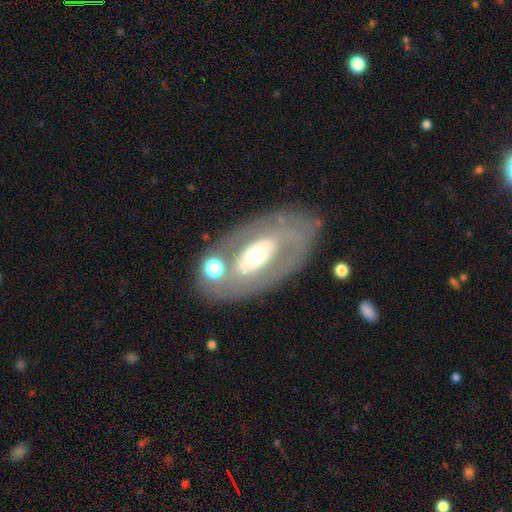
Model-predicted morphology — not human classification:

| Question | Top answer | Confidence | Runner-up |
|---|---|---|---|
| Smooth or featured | featured or disk | 66% | smooth (27%) |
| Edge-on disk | no | 89% | yes (11%) |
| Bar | no | 61% | weak (22%) |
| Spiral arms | no | 75% | yes (25%) |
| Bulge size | moderate | 64% | large (17%) |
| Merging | none | 71% | minor disturbance (14%) |